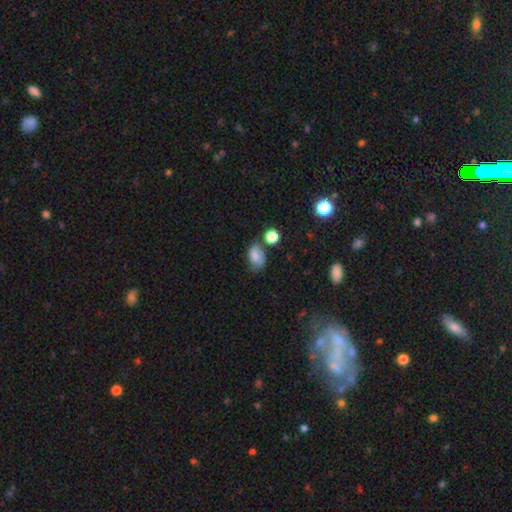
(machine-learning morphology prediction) This is likely a smooth galaxy (67%). How rounded: likely in between (76%). Merging: possibly none (48%).